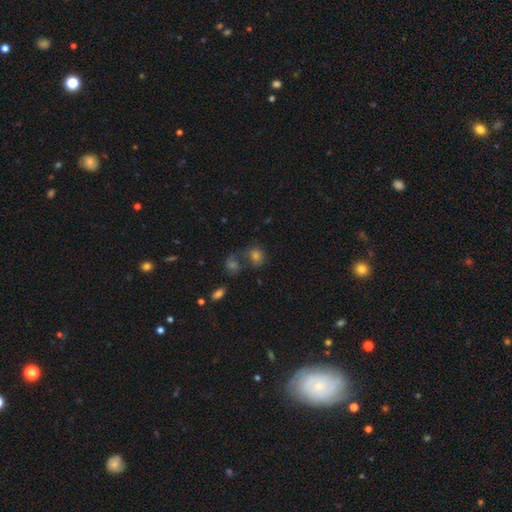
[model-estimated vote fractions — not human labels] smooth_or_featured: smooth (p=0.60) [alt: featured or disk p=0.20]
how_rounded: round (p=0.68) [alt: in between p=0.30]
merging: merger (p=0.44) [alt: none p=0.36]